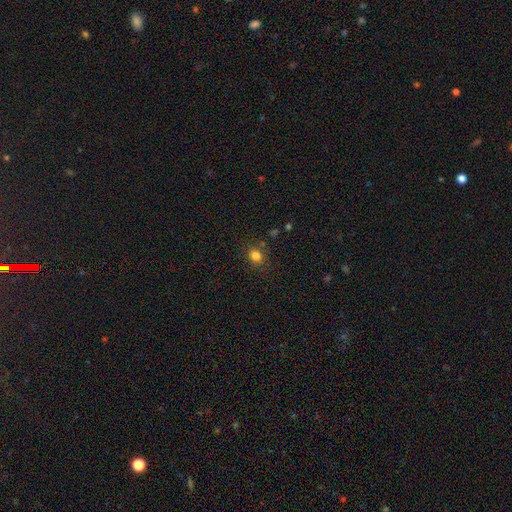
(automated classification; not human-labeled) Smooth or featured? Predicted: smooth (p=0.81). How rounded? Predicted: round (p=0.56). Merging? Predicted: none (p=0.80).